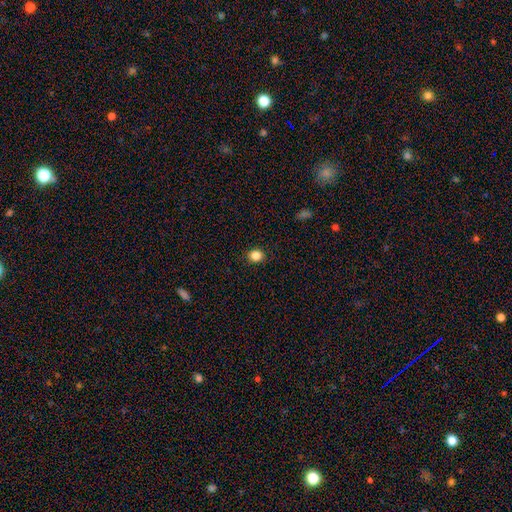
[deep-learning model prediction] Smooth or featured? Predicted: smooth (p=0.85). How rounded? Predicted: round (p=0.67). Merging? Predicted: none (p=0.90).